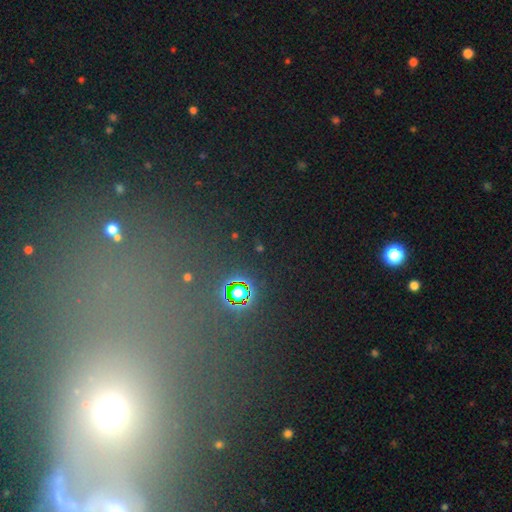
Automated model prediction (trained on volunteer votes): This appears to be a star or artifact, not a galaxy (67%).